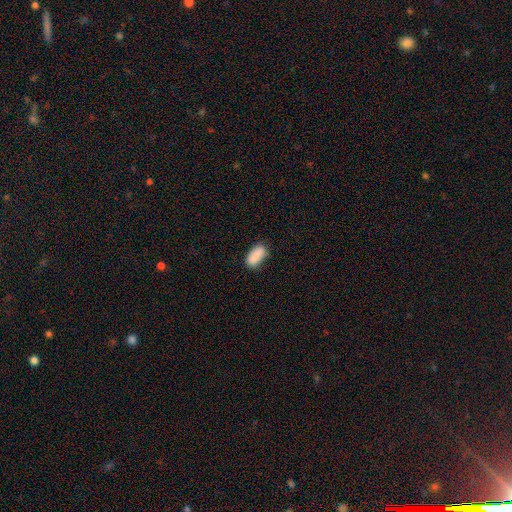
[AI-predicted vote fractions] Smooth or featured? smooth (88%)
How rounded? in between (90%)
Merging? none (75%)